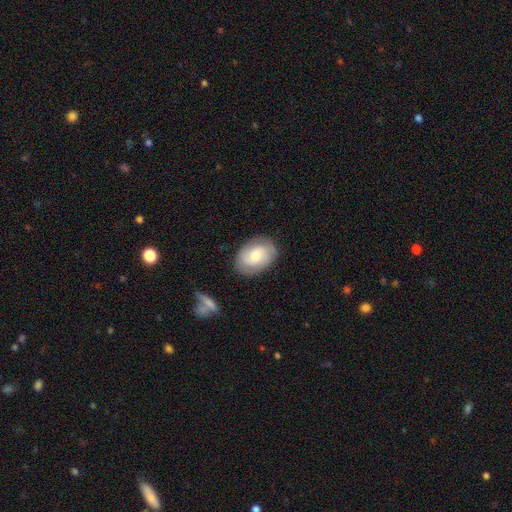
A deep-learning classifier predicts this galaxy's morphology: Smooth or featured?
  - smooth: 49% *
  - featured or disk: 44%
  - star or artifact: 7%
Merging?
  - none: 82% *
  - minor disturbance: 13%
  - major disturbance: 3%
  - merger: 2%